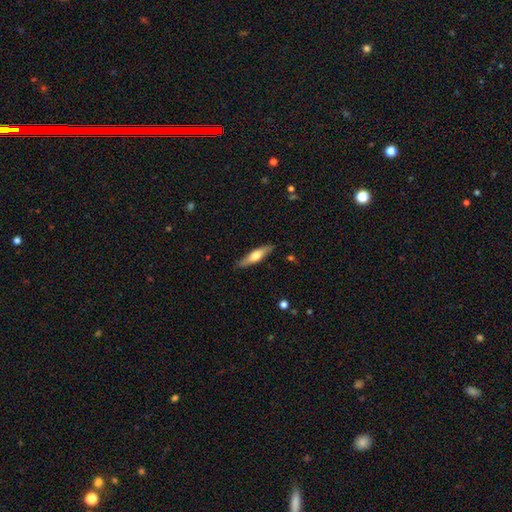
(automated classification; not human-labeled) A smooth galaxy with no disk features (50%) that is cigar-shaped (77%).

Vote fractions:
- Smooth or featured? smooth: 50% / featured or disk: 44% / star or artifact: 5%
- How rounded? cigar-shaped: 77% / in between: 22% / round: 2%
- Merging? none: 87% / minor disturbance: 10% / major disturbance: 2% / merger: 1%